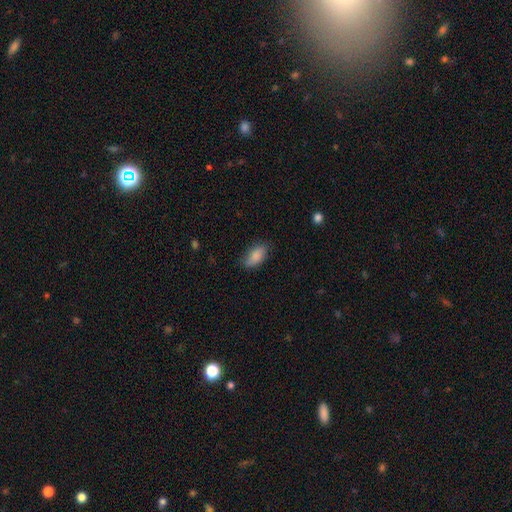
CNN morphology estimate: Smooth or featured? smooth (86%)
How rounded? in between (90%)
Merging? none (74%)